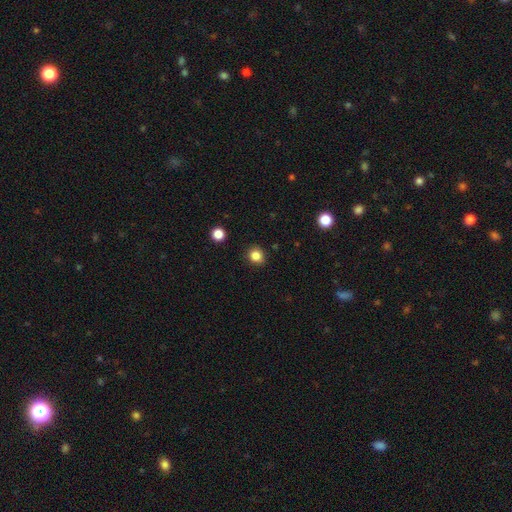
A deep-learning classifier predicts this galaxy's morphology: This appears to be a smooth galaxy with no disk features (84%) that is round (80%). Merging: none (89%).